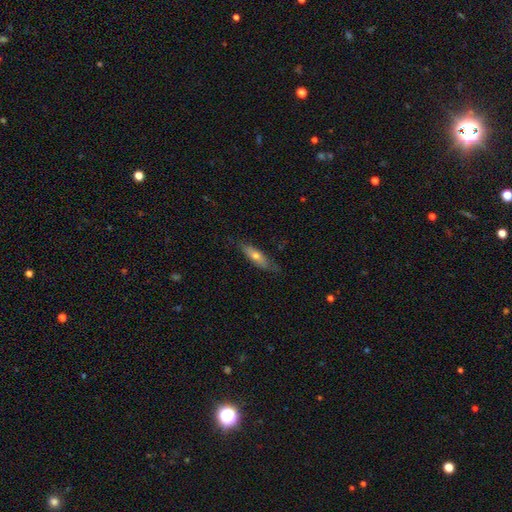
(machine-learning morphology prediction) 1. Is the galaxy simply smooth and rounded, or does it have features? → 61% smooth, 33% featured or disk, 6% star or artifact.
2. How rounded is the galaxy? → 55% cigar-shaped, 43% in between, 2% round.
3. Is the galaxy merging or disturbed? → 73% none, 21% minor disturbance, 4% major disturbance, 1% merger.